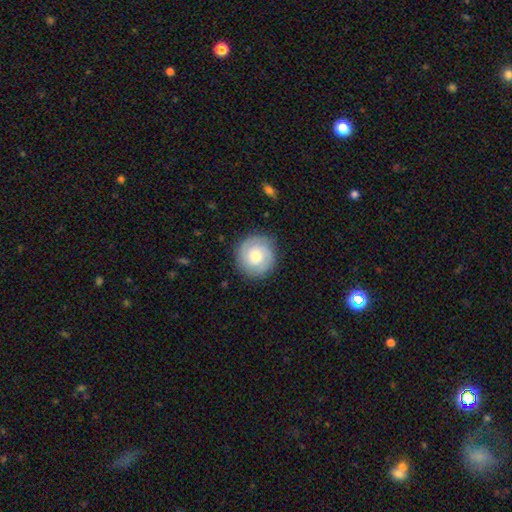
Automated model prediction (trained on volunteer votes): This appears to be a featured or disk galaxy (50%). Merging: none (86%).